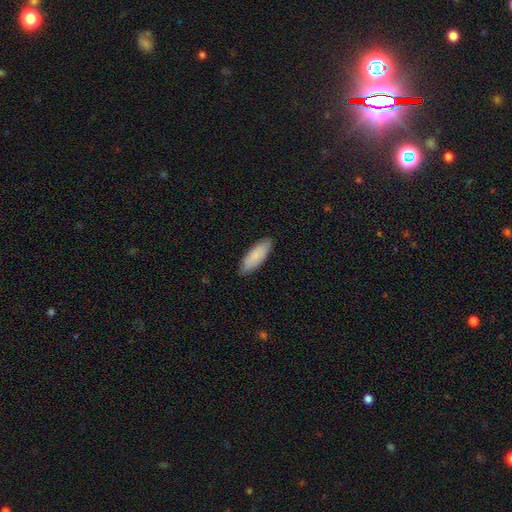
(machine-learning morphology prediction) A smooth galaxy with no disk features (87%) that is in between round and cigar-shaped (62%). Merging: none (87%).